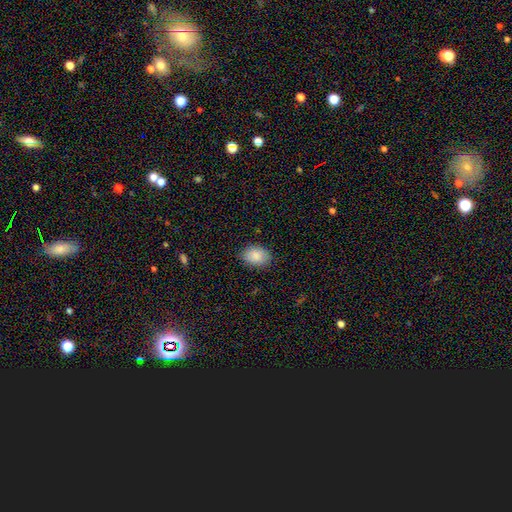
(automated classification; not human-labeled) smooth 87%, star or artifact 7%, featured or disk 6%. Down the decision tree: how rounded — in between (75%); merging — none (85%).